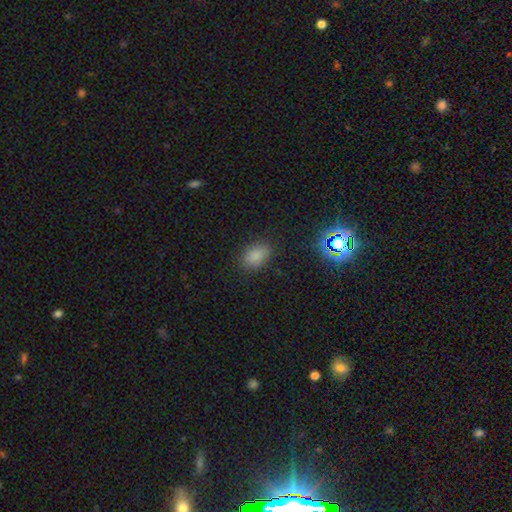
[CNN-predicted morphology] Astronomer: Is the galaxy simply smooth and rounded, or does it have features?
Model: smooth — 81%.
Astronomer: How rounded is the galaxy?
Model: in between — 84%.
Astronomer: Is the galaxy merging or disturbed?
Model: none — 84%.